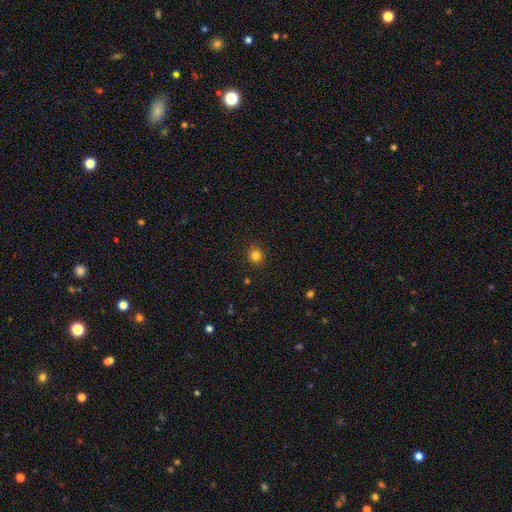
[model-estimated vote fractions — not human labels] A smooth galaxy with no disk features (82%) that is round (92%).

Vote fractions:
- Smooth or featured? smooth: 82% / star or artifact: 13% / featured or disk: 4%
- How rounded? round: 92% / in between: 7% / cigar-shaped: 1%
- Merging? none: 91% / minor disturbance: 6% / major disturbance: 2% / merger: 1%